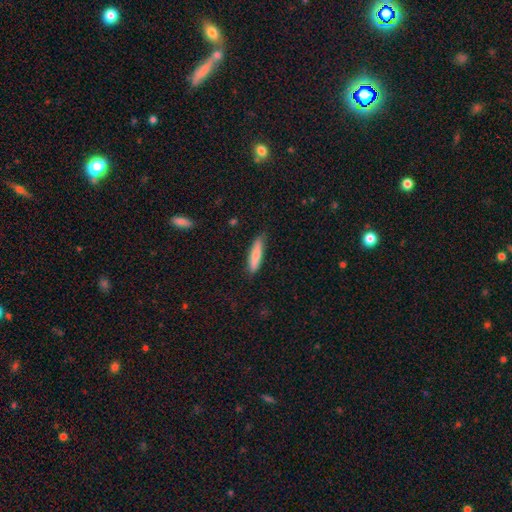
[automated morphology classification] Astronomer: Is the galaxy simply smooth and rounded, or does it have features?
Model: smooth — 77%.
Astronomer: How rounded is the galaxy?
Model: cigar-shaped — 80%.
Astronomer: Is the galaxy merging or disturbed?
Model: none — 82%.